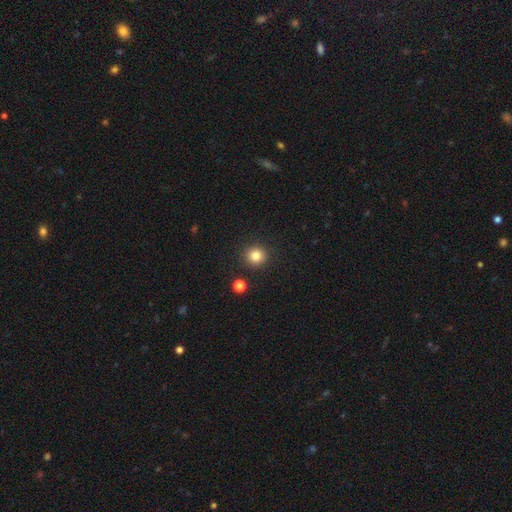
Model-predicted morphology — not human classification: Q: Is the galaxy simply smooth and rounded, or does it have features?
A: smooth — 82%.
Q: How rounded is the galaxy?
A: round — 92%.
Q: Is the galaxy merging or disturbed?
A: none — 90%.